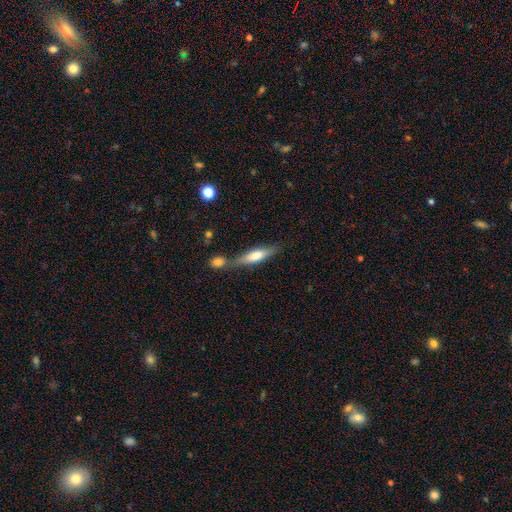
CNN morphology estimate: This is possibly a smooth galaxy (55%). How rounded: likely cigar-shaped (64%). Merging: possibly none (51%).